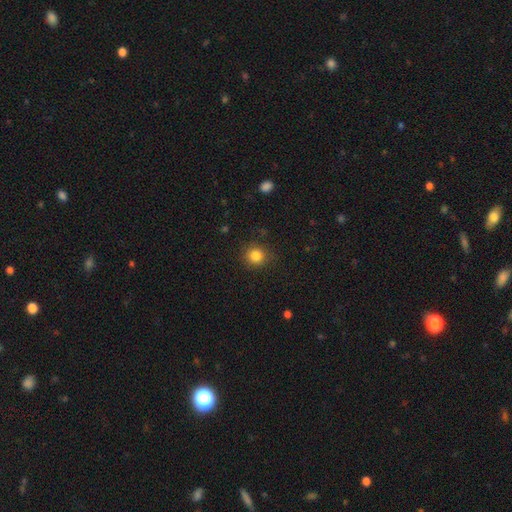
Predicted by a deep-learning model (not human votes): Smooth or featured? Predicted: smooth (p=0.84). How rounded? Predicted: round (p=0.89). Merging? Predicted: none (p=0.86).